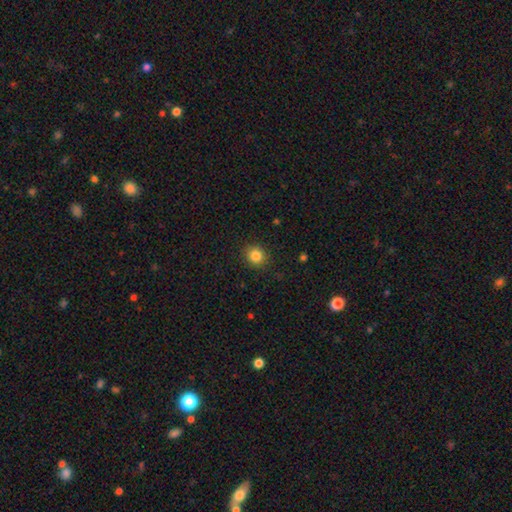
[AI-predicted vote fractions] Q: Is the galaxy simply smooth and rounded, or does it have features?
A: smooth — 84%.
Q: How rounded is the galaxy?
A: round — 82%.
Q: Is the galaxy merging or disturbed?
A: none — 90%.